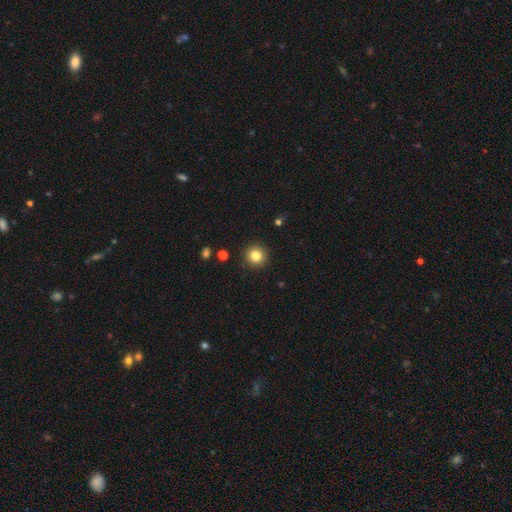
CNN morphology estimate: smooth-or-featured: smooth: 83% | star or artifact: 11% | featured or disk: 6%
  how-rounded: round: 95% | in between: 4% | cigar-shaped: 1%
  merging: none: 91% | minor disturbance: 5% | major disturbance: 2% | merger: 1%